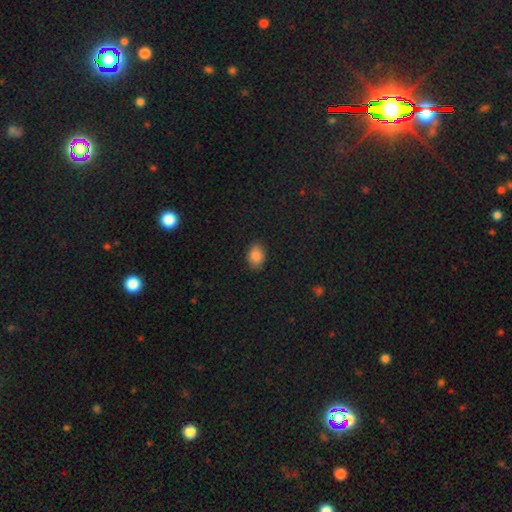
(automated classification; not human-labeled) Q: Smooth or featured?
A: smooth (86%); runner-up: star or artifact (9%)
Q: How rounded?
A: in between (72%); runner-up: round (27%)
Q: Merging?
A: none (86%); runner-up: minor disturbance (11%)